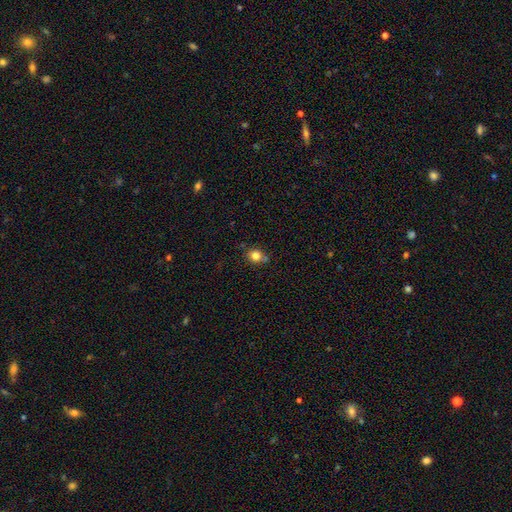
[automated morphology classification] A smooth galaxy with no disk features (81%) that is round (75%). Merging: none (71%).